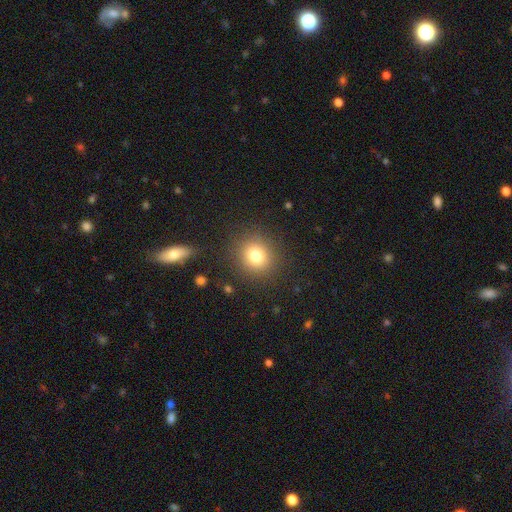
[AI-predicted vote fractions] Smooth or featured? smooth (78%)
How rounded? round (87%)
Merging? none (88%)